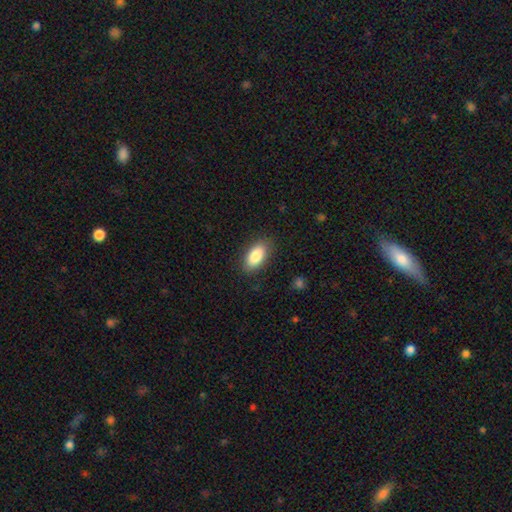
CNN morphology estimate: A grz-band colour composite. It shows a smooth galaxy with no disk features (86%) that is in between round and cigar-shaped (91%). Merging: none (86%).